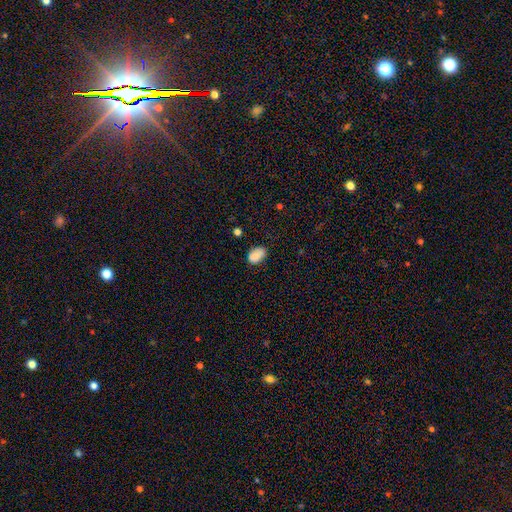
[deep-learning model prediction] smooth 84%, star or artifact 9%, featured or disk 7%. Down the decision tree: how rounded — in between (78%); merging — none (68%).